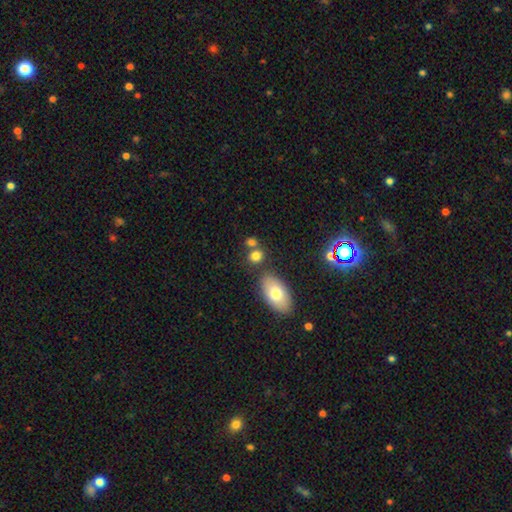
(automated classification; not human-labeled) Smooth or featured? smooth (79%)
How rounded? round (58%)
Merging? none (62%)